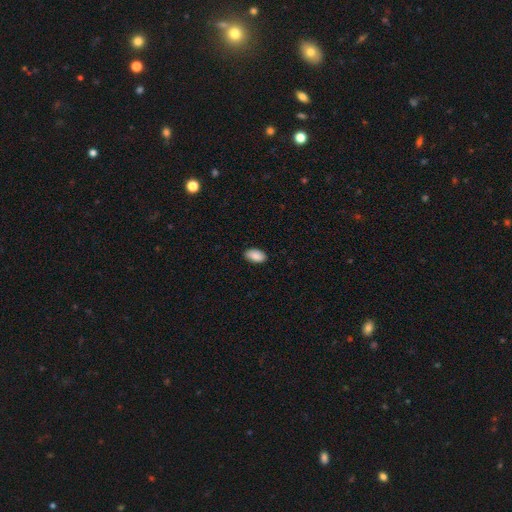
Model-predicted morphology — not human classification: A smooth galaxy with no disk features (89%) that is in between round and cigar-shaped (95%). Merging: none (89%).